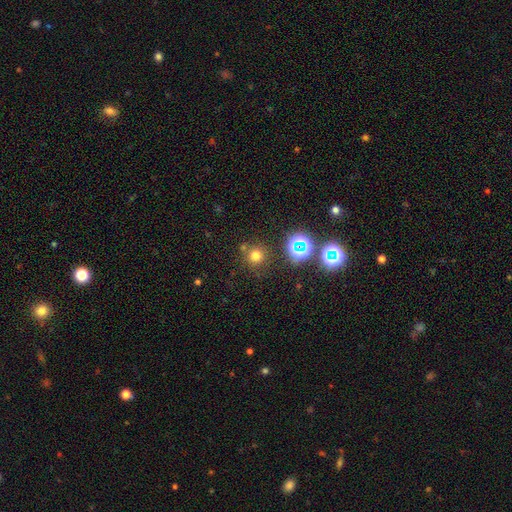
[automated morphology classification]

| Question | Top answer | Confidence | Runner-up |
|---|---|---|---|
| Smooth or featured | smooth | 68% | star or artifact (24%) |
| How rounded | round | 94% | in between (5%) |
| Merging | none | 80% | merger (8%) |